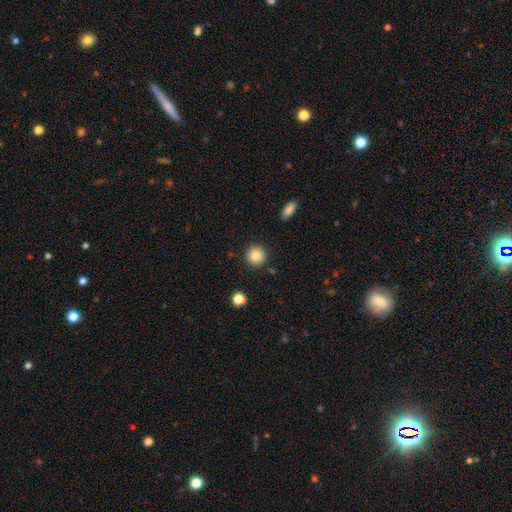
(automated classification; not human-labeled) Smooth or featured? Predicted: smooth (p=0.85). How rounded? Predicted: round (p=0.93). Merging? Predicted: none (p=0.89).